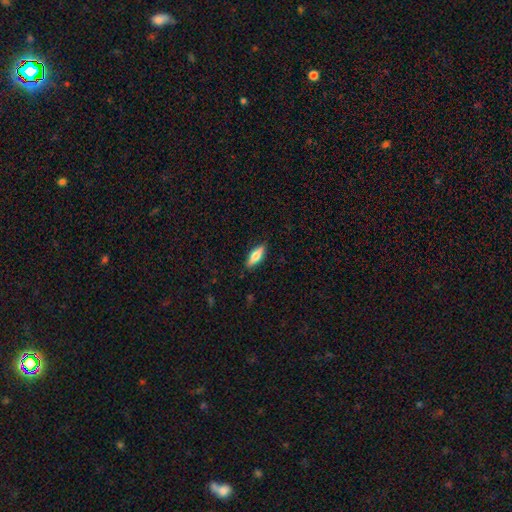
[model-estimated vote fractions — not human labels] Smooth or featured?
  - smooth: 60% *
  - featured or disk: 34%
  - star or artifact: 6%
How rounded?
  - in between: 53% *
  - cigar-shaped: 44%
  - round: 3%
Merging?
  - none: 88% *
  - minor disturbance: 9%
  - major disturbance: 2%
  - merger: 1%